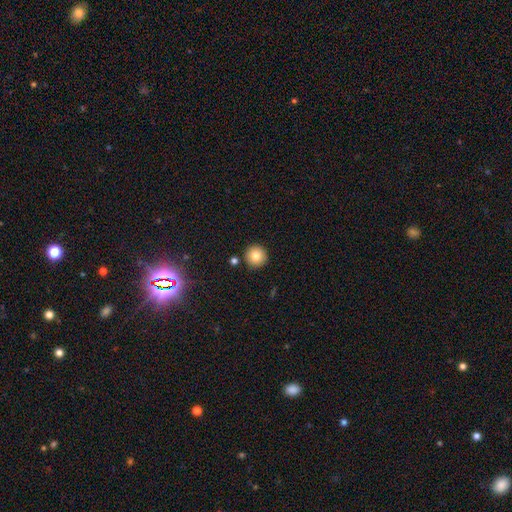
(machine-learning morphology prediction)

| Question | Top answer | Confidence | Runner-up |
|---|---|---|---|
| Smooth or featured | smooth | 81% | star or artifact (10%) |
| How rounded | round | 95% | in between (4%) |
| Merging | none | 89% | minor disturbance (6%) |